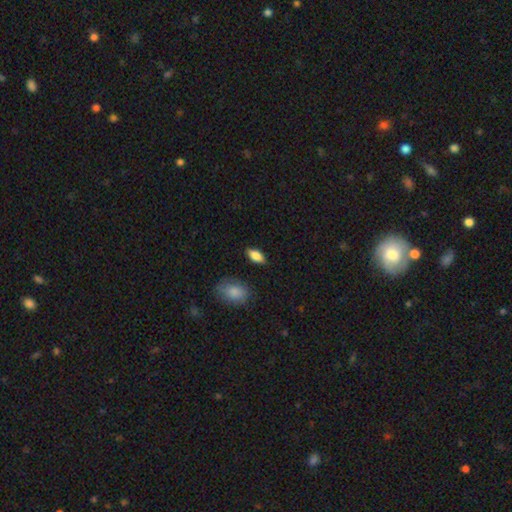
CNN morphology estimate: Smooth or featured? Predicted: smooth (p=0.80). How rounded? Predicted: in between (p=0.86). Merging? Predicted: none (p=0.87).